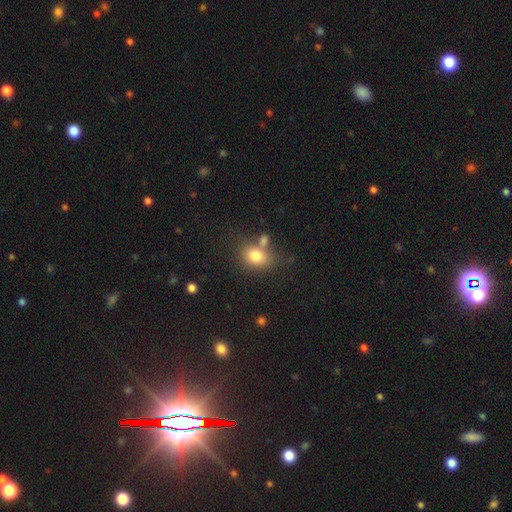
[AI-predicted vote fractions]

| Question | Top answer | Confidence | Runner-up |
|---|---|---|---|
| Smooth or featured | smooth | 79% | featured or disk (11%) |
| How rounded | in between | 64% | round (35%) |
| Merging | none | 51% | merger (26%) |